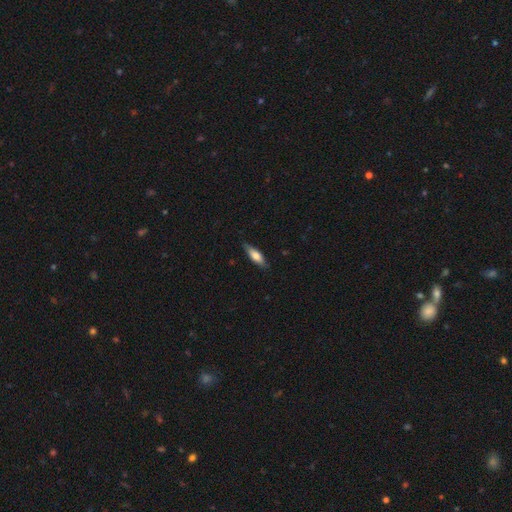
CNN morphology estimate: smooth-or-featured: smooth: 68% | featured or disk: 26% | star or artifact: 6%
  how-rounded: in between: 51% | cigar-shaped: 47% | round: 2%
  merging: none: 82% | minor disturbance: 14% | major disturbance: 2% | merger: 1%